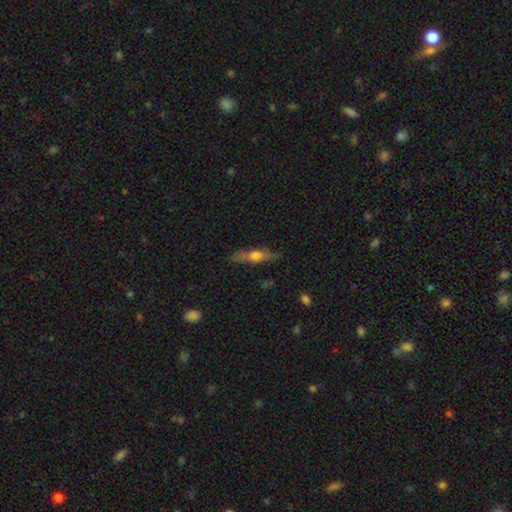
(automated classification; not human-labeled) featured or disk 51%, smooth 41%, star or artifact 8%. Down the decision tree: edge-on disk — yes (88%); merging — none (74%).